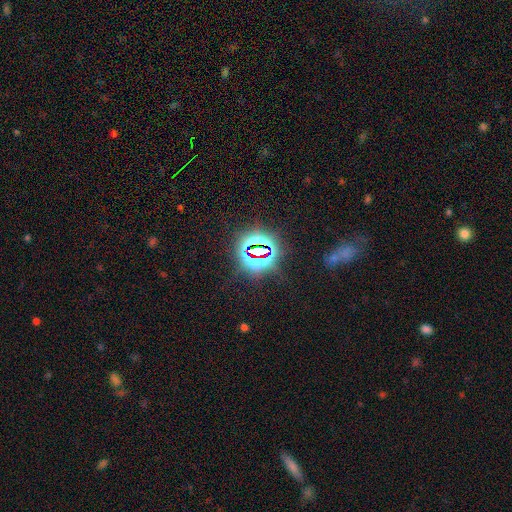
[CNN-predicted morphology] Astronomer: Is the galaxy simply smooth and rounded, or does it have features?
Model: star or artifact — 79%.